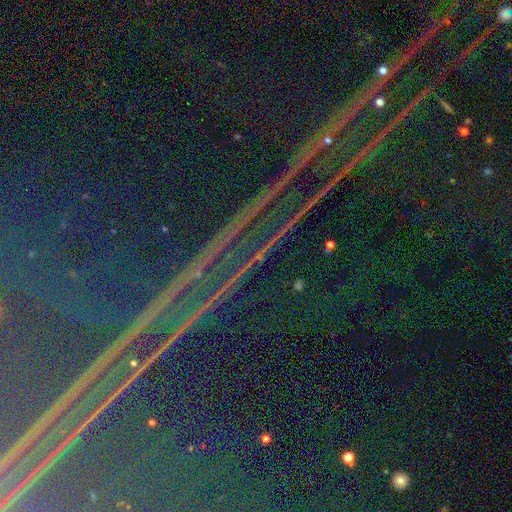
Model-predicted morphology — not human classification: star or artifact 92%, featured or disk 5%, smooth 4%.